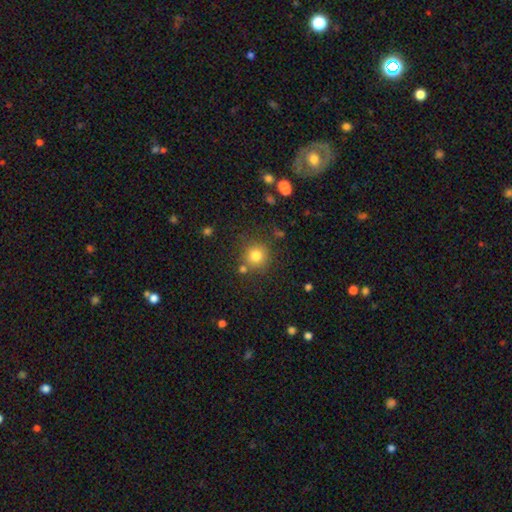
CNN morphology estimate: Overall: smooth (79%). How rounded: round (92%). Merging: none (78%).